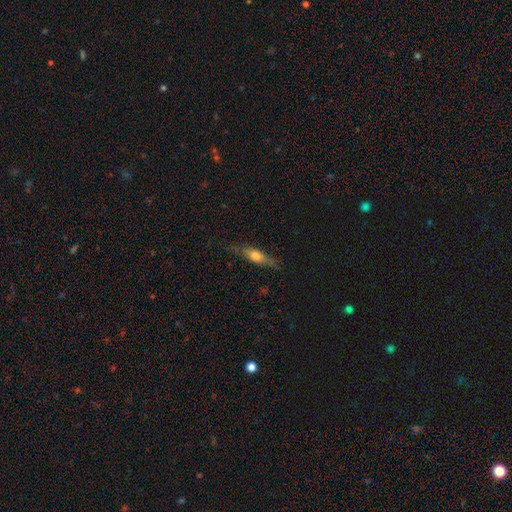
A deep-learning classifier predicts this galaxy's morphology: Overall: smooth (49%; featured or disk 43%). Merging: none (74%).